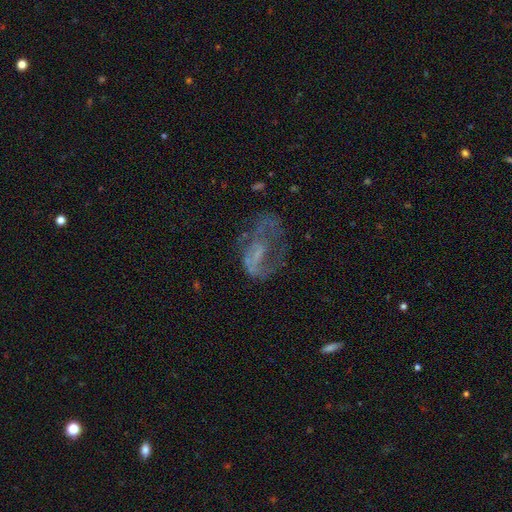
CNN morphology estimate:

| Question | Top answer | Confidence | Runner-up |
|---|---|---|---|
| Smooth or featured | featured or disk | 61% | smooth (23%) |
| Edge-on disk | no | 97% | yes (3%) |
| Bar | no | 65% | weak (27%) |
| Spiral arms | no | 60% | yes (40%) |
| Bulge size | none | 55% | small (27%) |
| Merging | major disturbance | 45% | none (33%) |